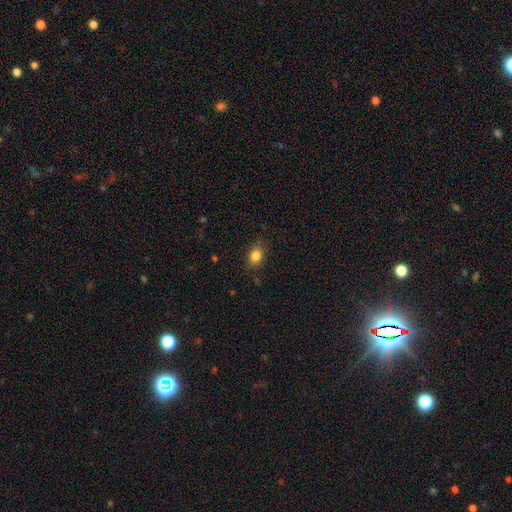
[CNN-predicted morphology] A smooth galaxy with no disk features (84%) that is in between round and cigar-shaped (63%).

Vote fractions:
- Smooth or featured? smooth: 84% / star or artifact: 10% / featured or disk: 6%
- How rounded? in between: 63% / round: 36% / cigar-shaped: 2%
- Merging? none: 82% / minor disturbance: 14% / major disturbance: 3% / merger: 1%